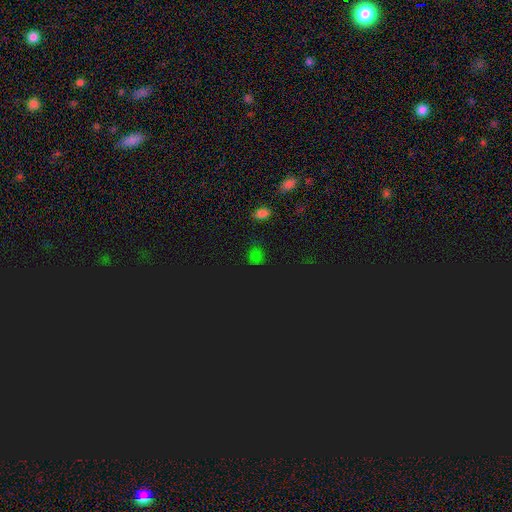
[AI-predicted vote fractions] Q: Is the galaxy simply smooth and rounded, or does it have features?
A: star or artifact — 48%.